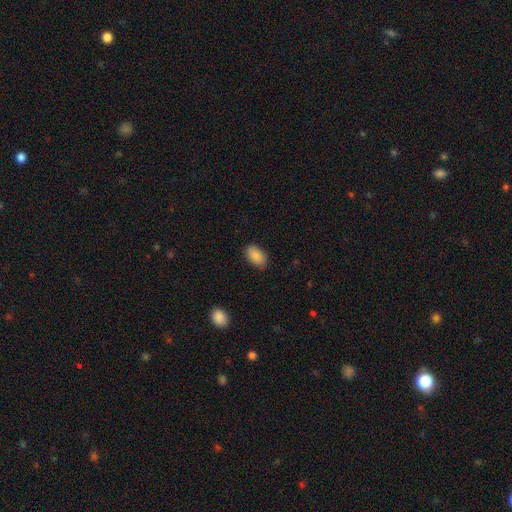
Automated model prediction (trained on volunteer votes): This is clearly a smooth galaxy (87%). How rounded: clearly in between (92%). Merging: clearly none (84%).